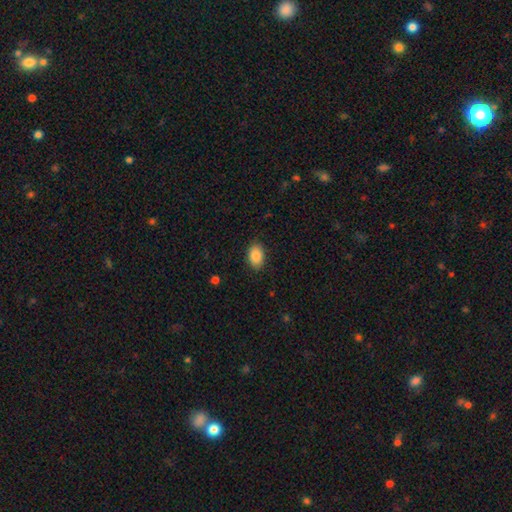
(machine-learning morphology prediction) Overall: smooth (88%). How rounded: in between (87%). Merging: none (87%).